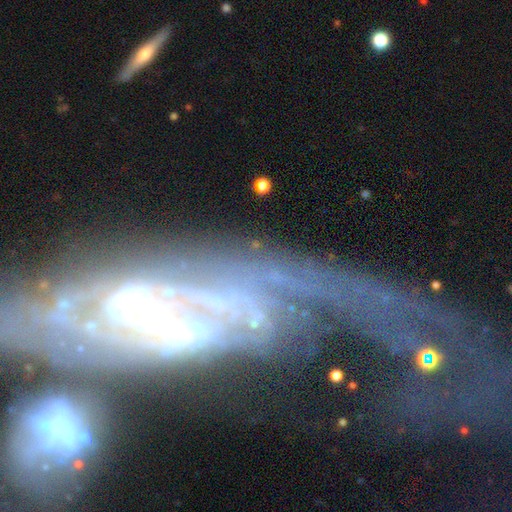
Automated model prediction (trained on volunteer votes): This appears to be a featured or disk galaxy (79%) with a strong bar (50%), spiral arms (70%) and a small central bulge (37%). Merging: major disturbance (39%).